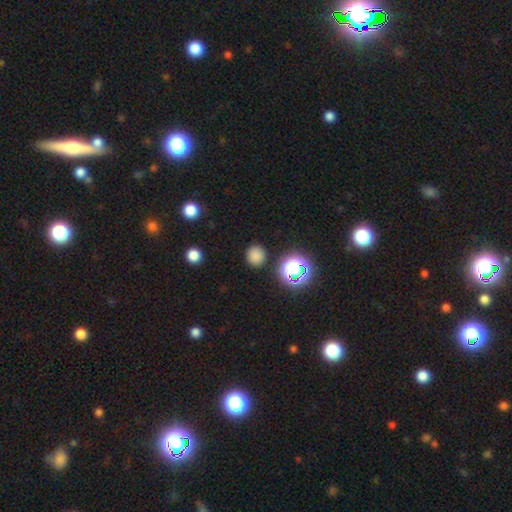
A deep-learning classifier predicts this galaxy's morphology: Smooth or featured?
  - smooth: 78% *
  - star or artifact: 18%
  - featured or disk: 4%
How rounded?
  - round: 90% *
  - in between: 9%
  - cigar-shaped: 1%
Merging?
  - none: 88% *
  - minor disturbance: 7%
  - major disturbance: 2%
  - merger: 2%